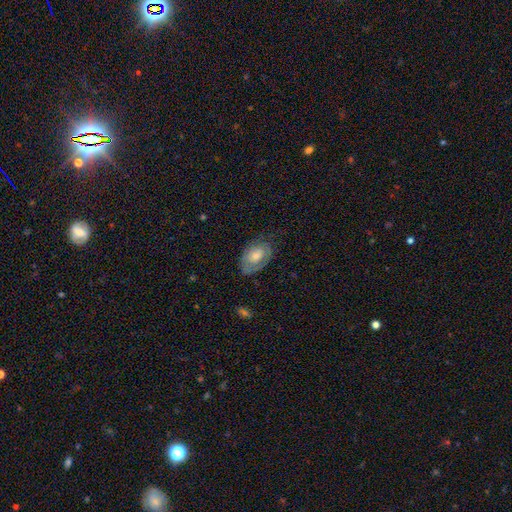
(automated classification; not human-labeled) smooth-or-featured: featured or disk: 49% | smooth: 43% | star or artifact: 8%
  merging: none: 65% | minor disturbance: 24% | major disturbance: 10% | merger: 1%